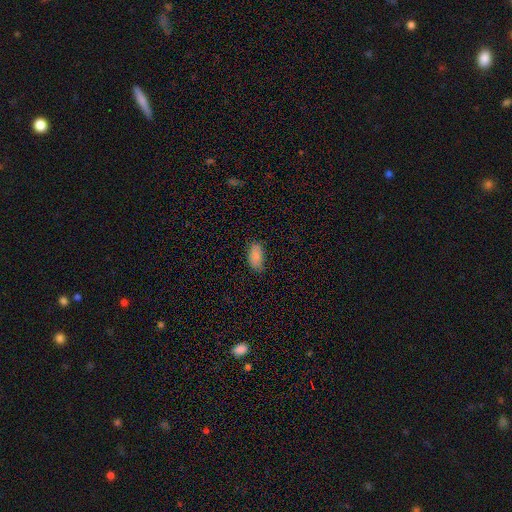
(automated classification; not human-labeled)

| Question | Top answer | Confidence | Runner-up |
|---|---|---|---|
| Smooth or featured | smooth | 85% | star or artifact (8%) |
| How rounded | in between | 94% | round (3%) |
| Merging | none | 74% | minor disturbance (21%) |